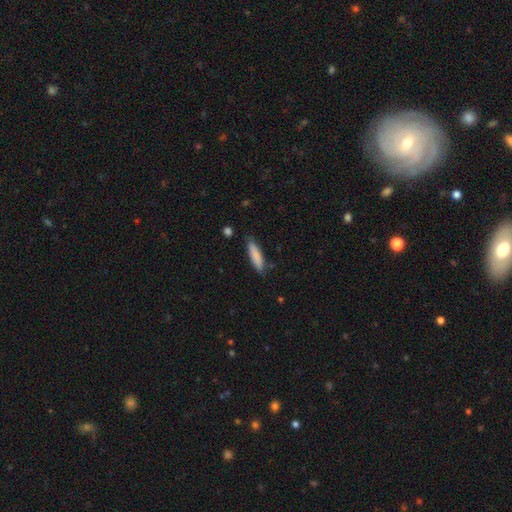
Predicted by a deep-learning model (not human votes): Q: Smooth or featured?
A: smooth (84%); runner-up: featured or disk (11%)
Q: How rounded?
A: cigar-shaped (73%); runner-up: in between (26%)
Q: Merging?
A: none (80%); runner-up: minor disturbance (15%)